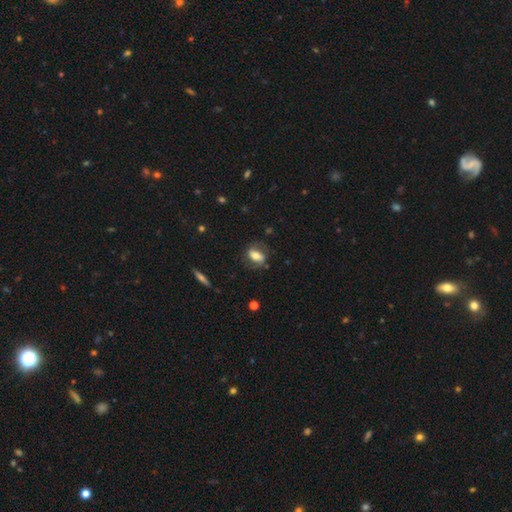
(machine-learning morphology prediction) A featured or disk galaxy (48%). Merging: none (68%).